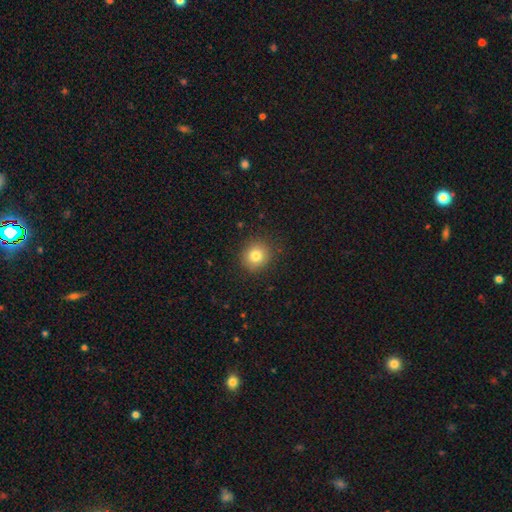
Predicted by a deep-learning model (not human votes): This appears to be a smooth galaxy with no disk features (81%) that is round (88%). Merging: none (88%).